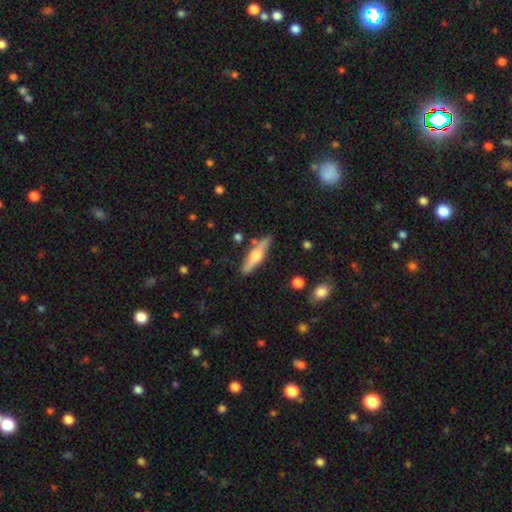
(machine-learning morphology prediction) Q: Smooth or featured?
A: featured or disk (53%); runner-up: smooth (41%)
Q: Edge-on disk?
A: yes (93%); runner-up: no (7%)
Q: Merging?
A: none (82%); runner-up: minor disturbance (11%)